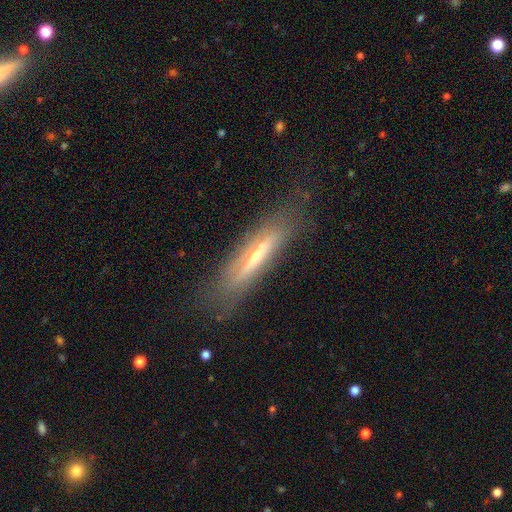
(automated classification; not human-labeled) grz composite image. It shows a featured or disk galaxy (64%) viewed edge-on (80%) with a rounded central bulge (67%). Merging: none (74%).